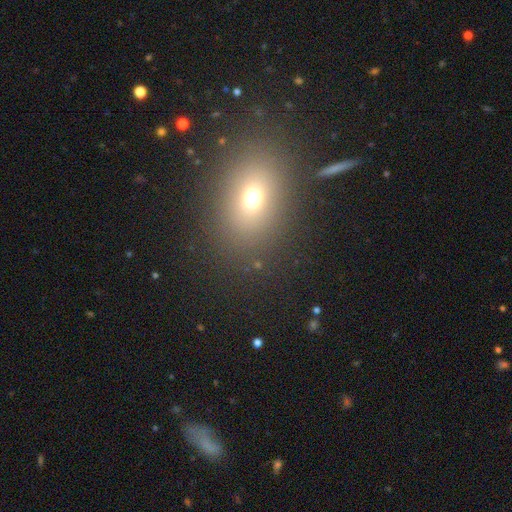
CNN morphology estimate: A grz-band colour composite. It shows a smooth galaxy with no disk features (61%) that is in between round and cigar-shaped (62%). Merging: none (85%).